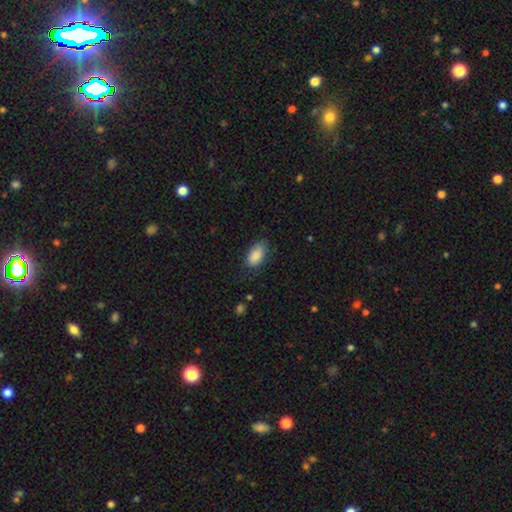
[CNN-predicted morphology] smooth 87%, star or artifact 7%, featured or disk 6%. Down the decision tree: how rounded — in between (93%); merging — none (68%).